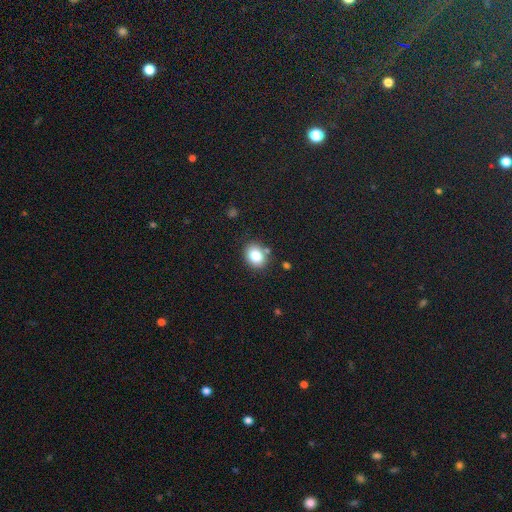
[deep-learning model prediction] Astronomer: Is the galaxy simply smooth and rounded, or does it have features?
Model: smooth — 83%.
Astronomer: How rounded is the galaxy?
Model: round — 51% (runner-up: in between, 48%).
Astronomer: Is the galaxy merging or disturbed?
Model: none — 80%.